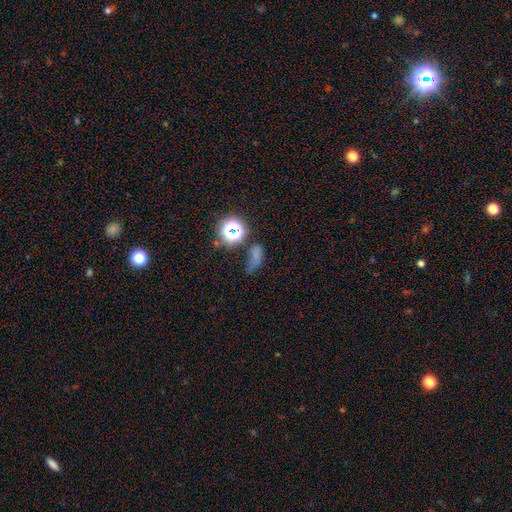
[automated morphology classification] Overall: smooth (54%; star or artifact 33%). How rounded: in between (63%; round 27%). Merging: none (40%; major disturbance 26%).